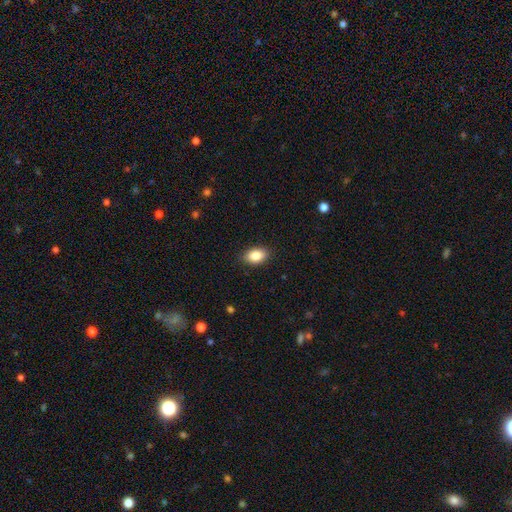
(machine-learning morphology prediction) The model was most divided on "smooth or featured": smooth: 87%, star or artifact: 7%, featured or disk: 6%. More confident: how rounded — in between (89%); merging — none (88%).